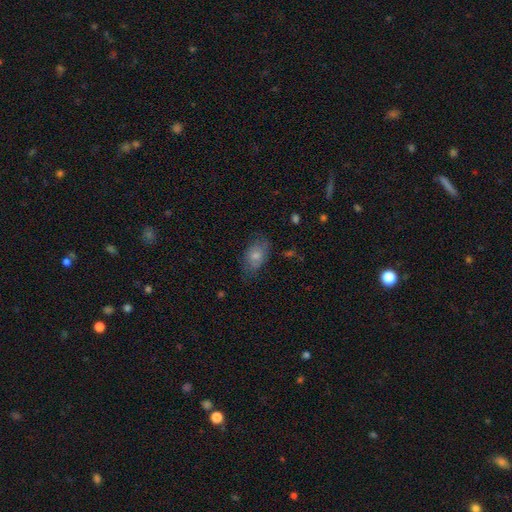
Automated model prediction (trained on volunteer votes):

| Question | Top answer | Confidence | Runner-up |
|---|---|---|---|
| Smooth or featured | smooth | 71% | featured or disk (20%) |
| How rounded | in between | 86% | round (12%) |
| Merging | none | 63% | minor disturbance (26%) |